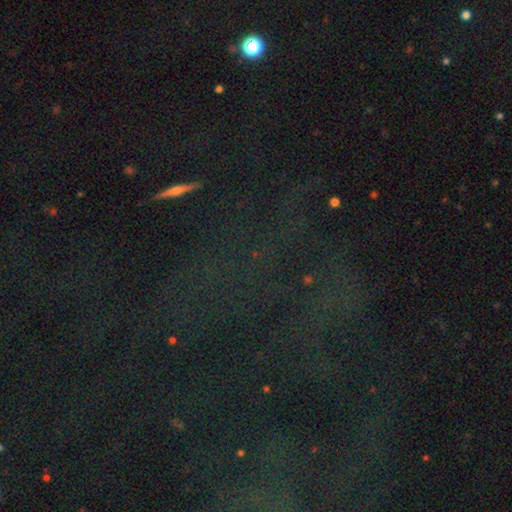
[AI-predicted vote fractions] A star or artifact, not a galaxy (76%).

Vote fractions:
- Smooth or featured? star or artifact: 76% / smooth: 13% / featured or disk: 11%